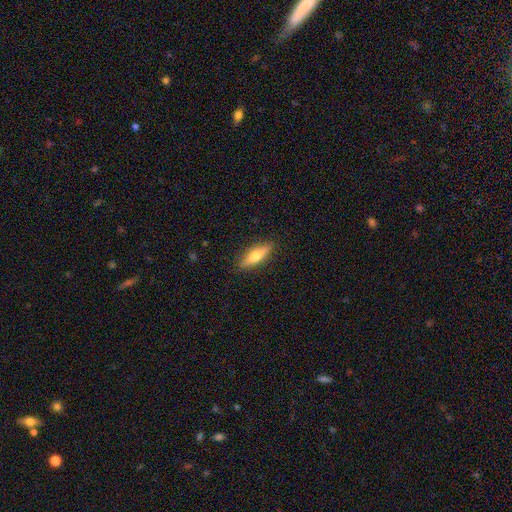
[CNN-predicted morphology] A smooth galaxy with no disk features (54%) that is cigar-shaped (60%). Merging: none (88%).